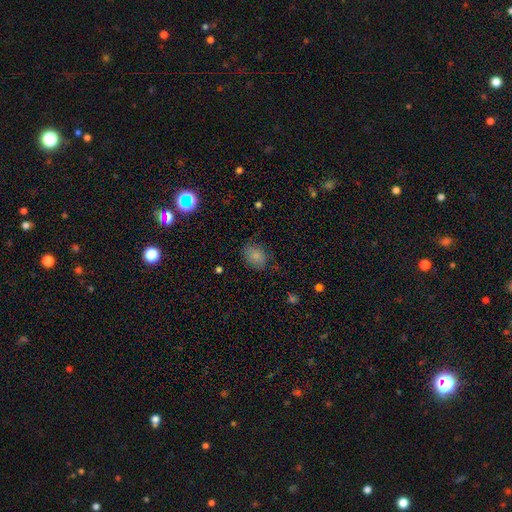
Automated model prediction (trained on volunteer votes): smooth_or_featured: smooth (p=0.83) [alt: star or artifact p=0.11]
how_rounded: in between (p=0.61) [alt: round p=0.38]
merging: none (p=0.75) [alt: minor disturbance p=0.19]